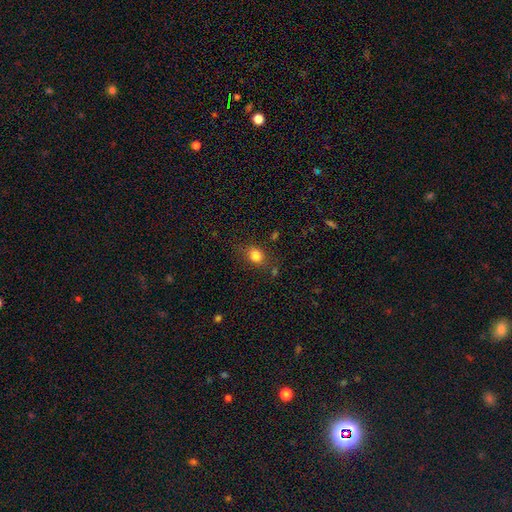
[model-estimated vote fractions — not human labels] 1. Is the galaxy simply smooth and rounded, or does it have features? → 82% smooth, 12% star or artifact, 7% featured or disk.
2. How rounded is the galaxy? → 49% in between (tied), 49% round (tied), 2% cigar-shaped.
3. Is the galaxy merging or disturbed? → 74% none, 17% minor disturbance, 6% major disturbance, 3% merger.